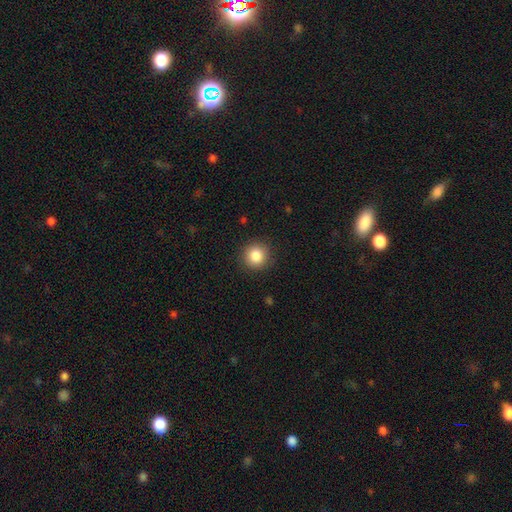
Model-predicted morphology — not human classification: This is clearly a smooth galaxy (85%). How rounded: clearly round (92%). Merging: clearly none (90%).